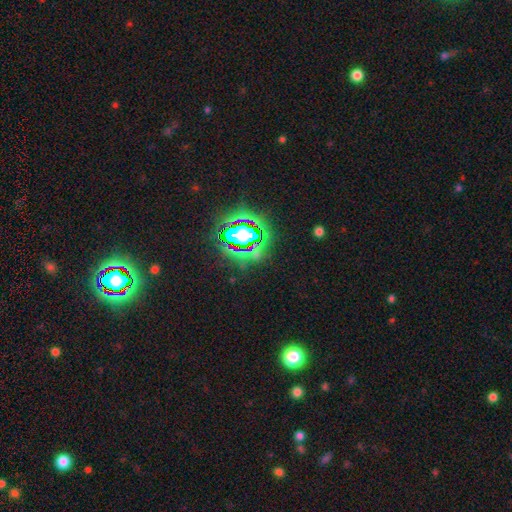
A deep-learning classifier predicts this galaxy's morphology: The model was most divided on "smooth or featured": star or artifact: 72%, smooth: 16%, featured or disk: 12%.